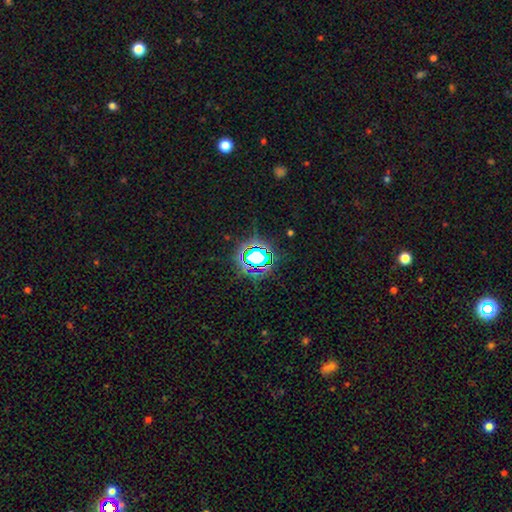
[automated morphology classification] smooth_or_featured: star or artifact (p=0.66) [alt: smooth p=0.22]